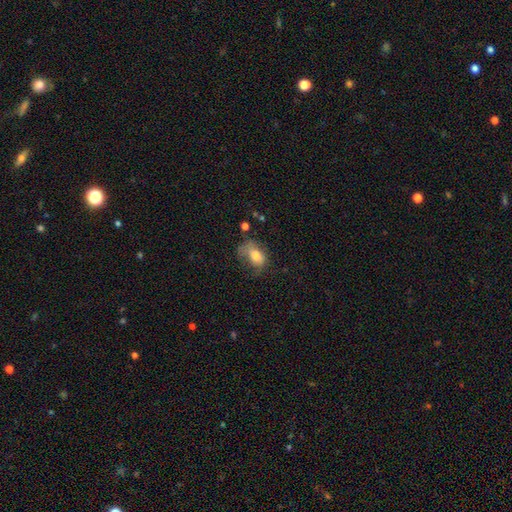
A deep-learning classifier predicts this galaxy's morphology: Overall: smooth (74%). How rounded: in between (82%). Merging: none (35%; minor disturbance 32%).